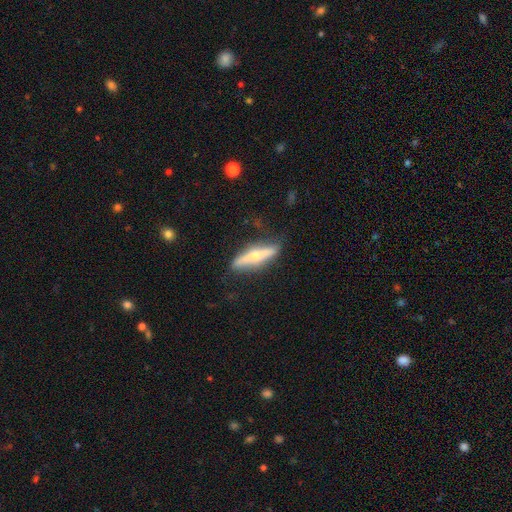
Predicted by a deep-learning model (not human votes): Overall: featured or disk (65%; smooth 30%). Edge-on disk: yes (90%). Edge-on bulge: rounded (91%). Merging: none (80%).